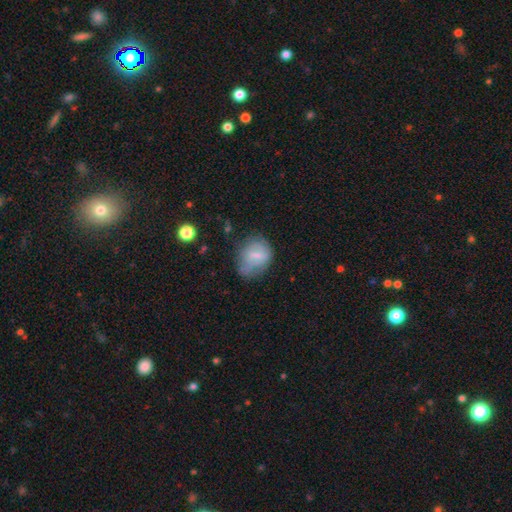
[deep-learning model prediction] This appears to be a smooth galaxy with no disk features (60%) that is in between round and cigar-shaped (60%). Merging: none (46%).